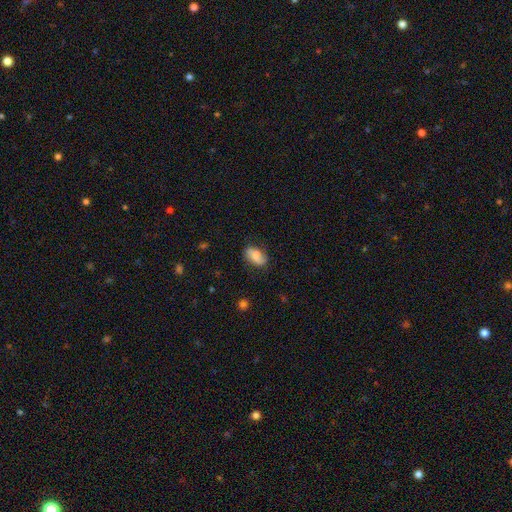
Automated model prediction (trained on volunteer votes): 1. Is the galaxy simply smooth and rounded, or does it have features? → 68% smooth, 24% featured or disk, 8% star or artifact.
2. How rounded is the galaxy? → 90% in between, 8% round, 3% cigar-shaped.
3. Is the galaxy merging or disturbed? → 72% none, 21% minor disturbance, 5% major disturbance, 2% merger.